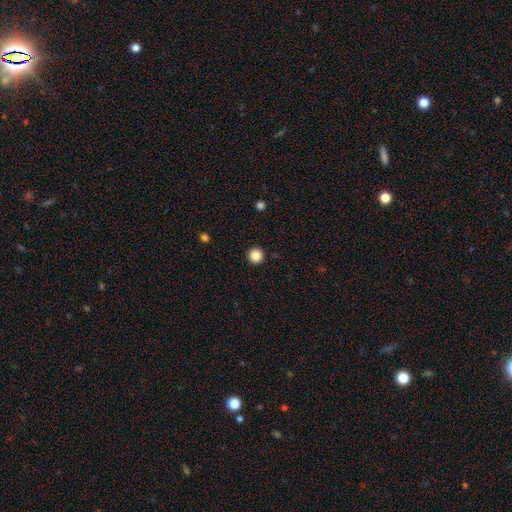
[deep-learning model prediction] This appears to be a smooth galaxy with no disk features (86%) that is round (96%). Merging: none (93%).